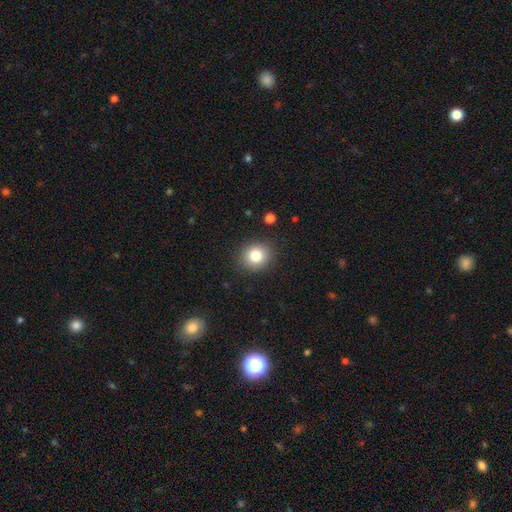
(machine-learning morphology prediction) Smooth or featured? smooth (81%)
How rounded? round (80%)
Merging? none (88%)